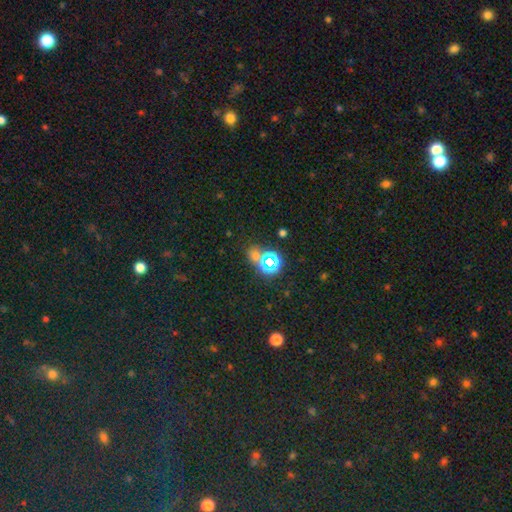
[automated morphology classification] A star or artifact, not a galaxy (54%).